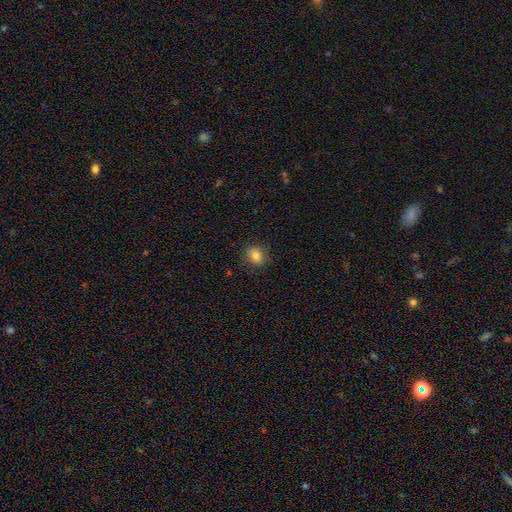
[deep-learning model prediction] This appears to be a smooth galaxy with no disk features (83%) that is round (60%). Merging: none (85%).